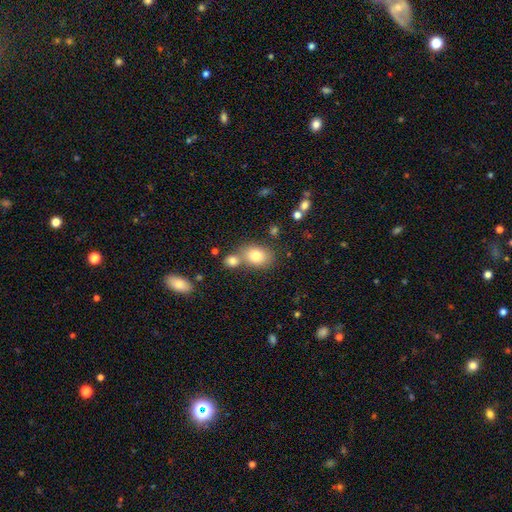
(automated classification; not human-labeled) Q: Smooth or featured?
A: smooth (80%); runner-up: featured or disk (11%)
Q: How rounded?
A: in between (71%); runner-up: round (27%)
Q: Merging?
A: none (53%); runner-up: merger (31%)